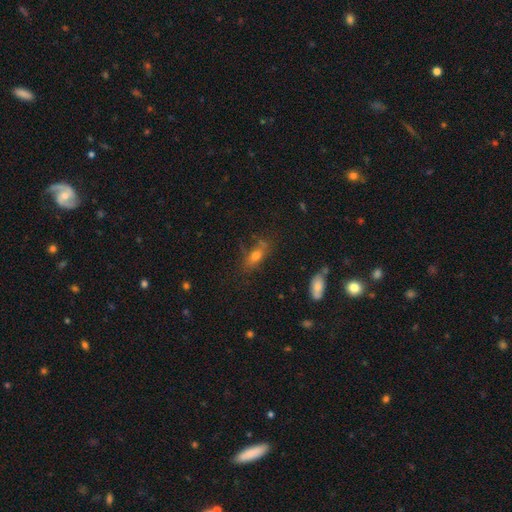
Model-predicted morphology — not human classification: type=smooth (59%); roundness=in between (71%); merging=none (59%).